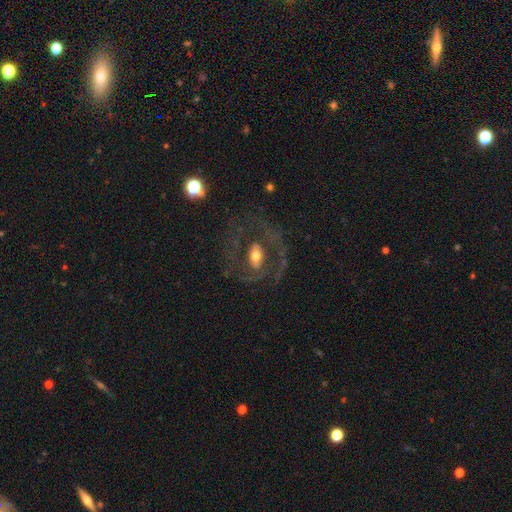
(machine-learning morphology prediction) Smooth or featured: featured or disk — 68% (smooth — 23%)
Edge-on disk: no — 94% (yes — 6%)
Bar: no — 42% (weak — 34%)
Spiral arms: yes — 63% (no — 37%)
Bulge size: moderate — 65% (small — 19%)
Merging: none — 54% (major disturbance — 27%)